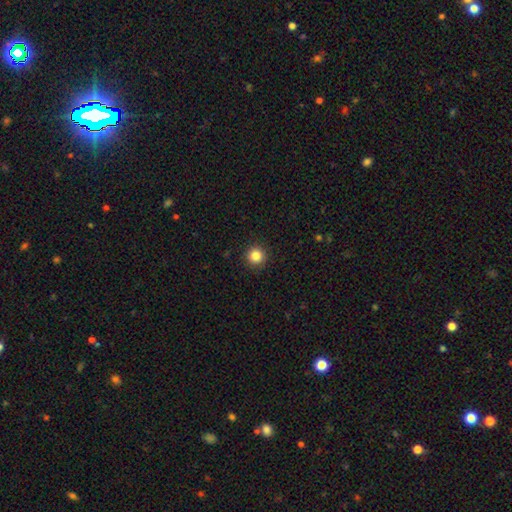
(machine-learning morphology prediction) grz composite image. It shows a smooth galaxy with no disk features (85%) that is round (96%). Merging: none (93%).